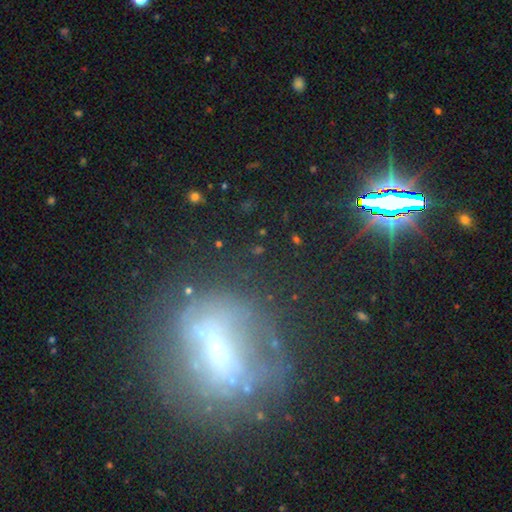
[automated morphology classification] type=featured or disk (45%); merging=none (62%).